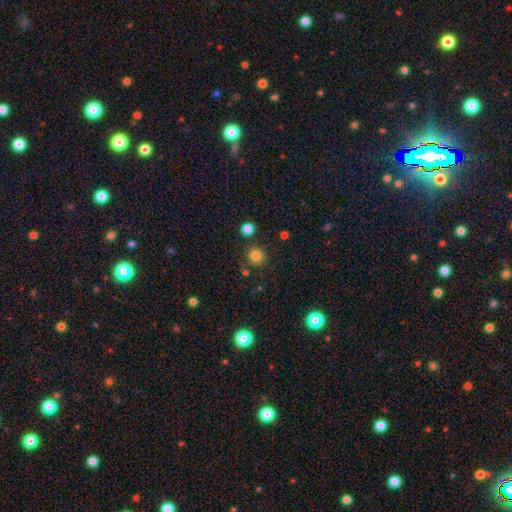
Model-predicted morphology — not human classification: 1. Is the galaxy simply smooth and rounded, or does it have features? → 81% smooth, 14% star or artifact, 5% featured or disk.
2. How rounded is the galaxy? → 92% round, 7% in between, 1% cigar-shaped.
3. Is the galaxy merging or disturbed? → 85% none, 8% minor disturbance, 5% merger, 3% major disturbance.